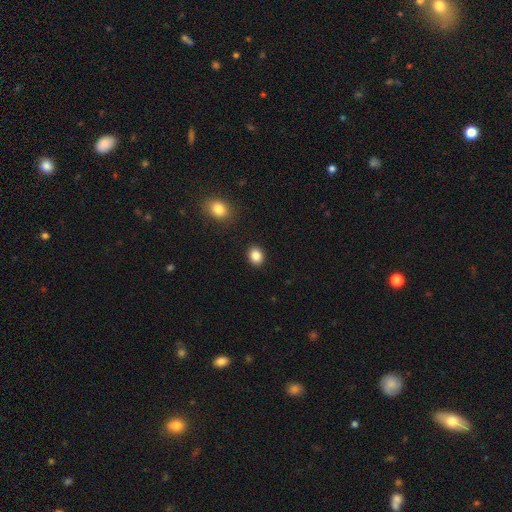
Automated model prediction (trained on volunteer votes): A smooth galaxy with no disk features (87%) that is round (57%).

Vote fractions:
- Smooth or featured? smooth: 87% / star or artifact: 9% / featured or disk: 4%
- How rounded? round: 57% / in between: 42% / cigar-shaped: 1%
- Merging? none: 90% / minor disturbance: 6% / major disturbance: 2% / merger: 1%